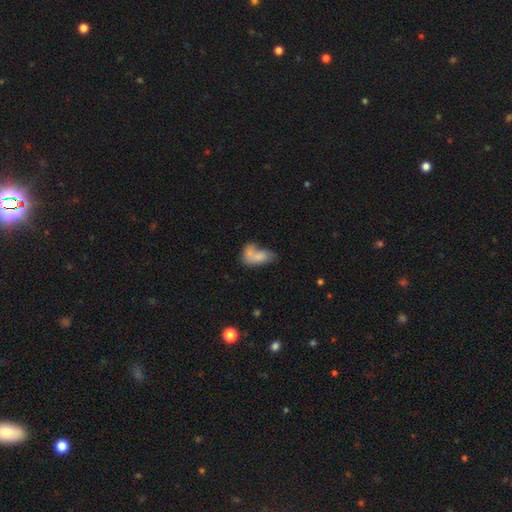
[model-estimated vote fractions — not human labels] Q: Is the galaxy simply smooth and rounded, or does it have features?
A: smooth — 72%.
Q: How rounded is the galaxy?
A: in between — 86%.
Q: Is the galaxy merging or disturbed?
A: merger — 54%.